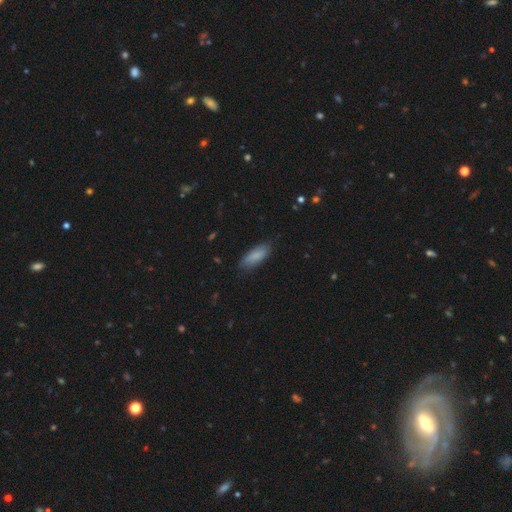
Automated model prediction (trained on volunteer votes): A smooth galaxy with no disk features (85%) that is in between round and cigar-shaped (71%).

Vote fractions:
- Smooth or featured? smooth: 85% / featured or disk: 9% / star or artifact: 6%
- How rounded? in between: 71% / cigar-shaped: 28% / round: 2%
- Merging? none: 78% / minor disturbance: 18% / major disturbance: 4% / merger: 1%